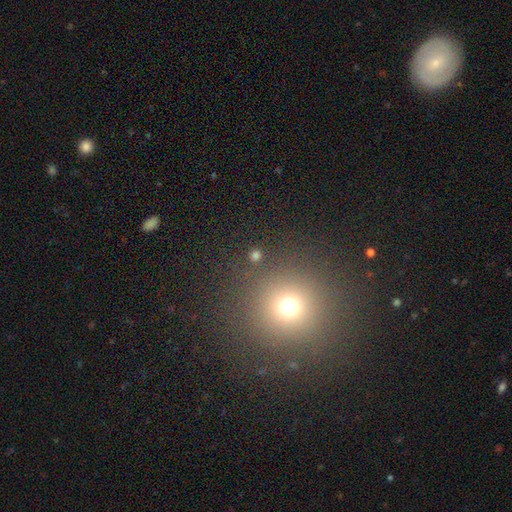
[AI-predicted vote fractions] smooth 65%, star or artifact 28%, featured or disk 7%. Down the decision tree: how rounded — round (89%); merging — none (83%).